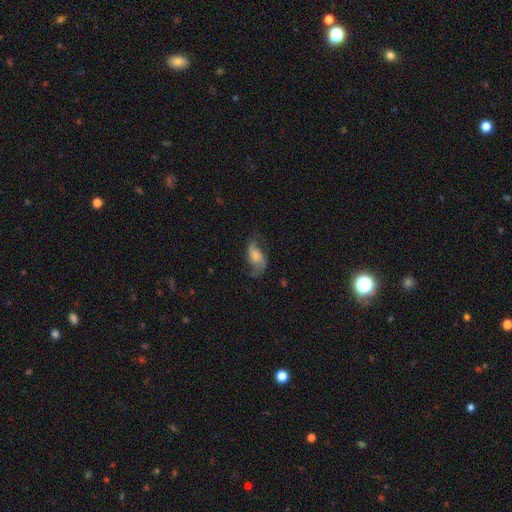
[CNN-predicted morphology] smooth-or-featured: featured or disk: 55% | smooth: 36% | star or artifact: 8%
  disk-edge-on: no: 95% | yes: 5%
    bar: no: 61% | weak: 31% | strong: 8%
    has-spiral-arms: yes: 87% | no: 13%
    bulge-size: moderate: 29% | small: 27% | none: 20% | large: 19% | dominant: 5%
  merging: none: 55% | minor disturbance: 23% | major disturbance: 20% | merger: 2%